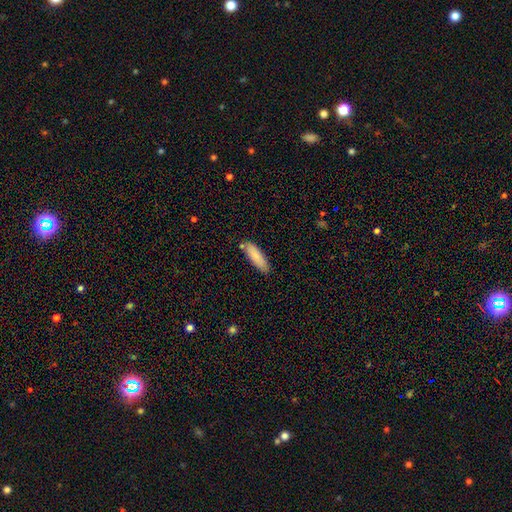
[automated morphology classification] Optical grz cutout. It shows a smooth galaxy with no disk features (85%) that is in between round and cigar-shaped (49%, tied with cigar-shaped). Merging: none (78%).